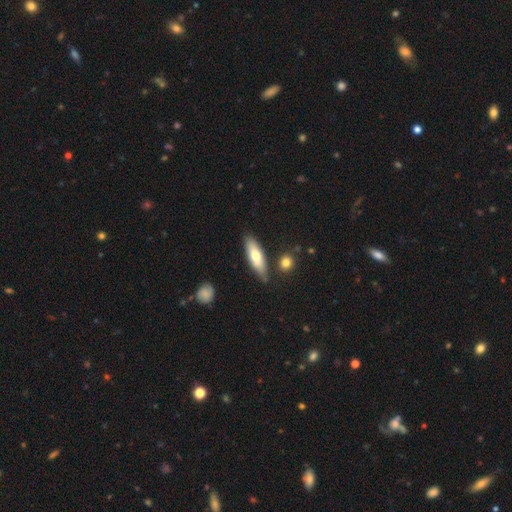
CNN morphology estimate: A smooth galaxy with no disk features (61%) that is cigar-shaped (51%).

Vote fractions:
- Smooth or featured? smooth: 61% / featured or disk: 33% / star or artifact: 6%
- How rounded? cigar-shaped: 51% / in between: 46% / round: 2%
- Merging? none: 79% / minor disturbance: 13% / merger: 5% / major disturbance: 3%